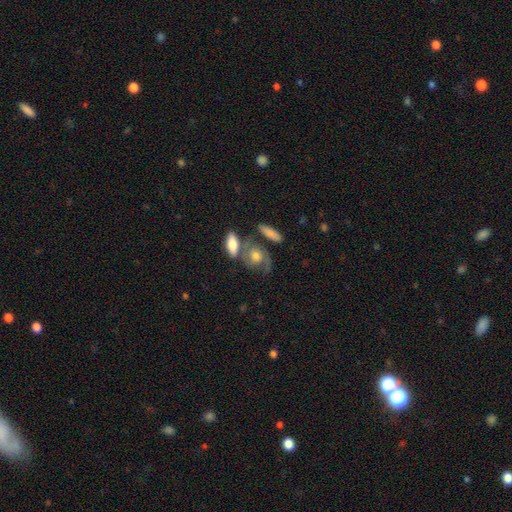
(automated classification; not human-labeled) Smooth or featured? Predicted: featured or disk (p=0.48). Merging? Predicted: none (p=0.40).